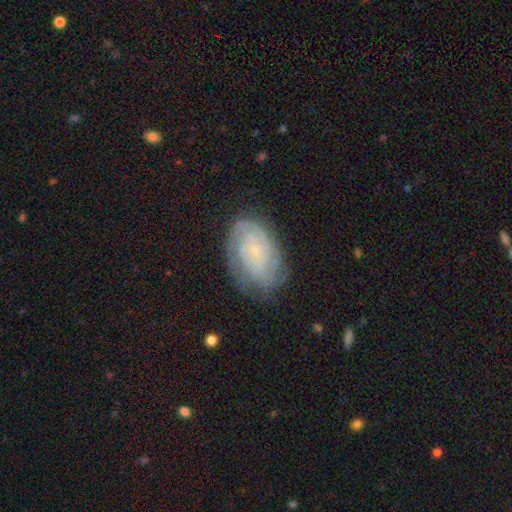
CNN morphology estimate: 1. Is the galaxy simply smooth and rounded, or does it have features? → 68% featured or disk, 20% smooth, 12% star or artifact.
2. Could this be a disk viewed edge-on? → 96% no, 4% yes.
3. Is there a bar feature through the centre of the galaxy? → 69% no, 26% weak, 6% strong.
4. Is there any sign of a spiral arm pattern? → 92% yes, 8% no.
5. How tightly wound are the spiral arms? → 69% tight, 24% medium, 7% loose.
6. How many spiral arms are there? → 42% can't tell, 21% 2, 15% 3, 10% 4, 6% more than 4, 6% 1.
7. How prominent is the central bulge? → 75% small, 13% moderate, 9% none, 2% large, 1% dominant.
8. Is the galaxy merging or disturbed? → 77% none, 16% minor disturbance, 5% major disturbance, 1% merger.